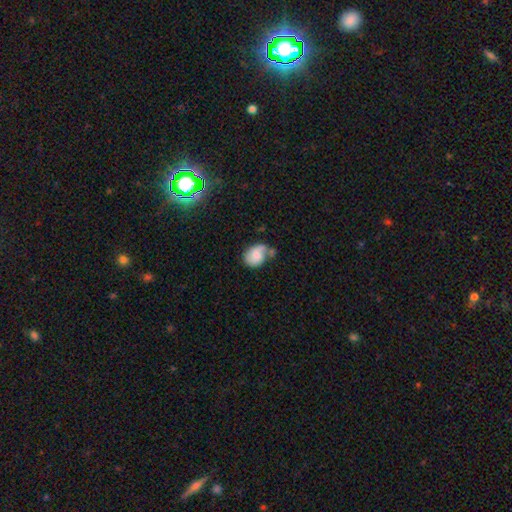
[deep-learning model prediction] Overall: smooth (58%; featured or disk 34%). How rounded: in between (58%; round 41%). Merging: none (39%; minor disturbance 30%).